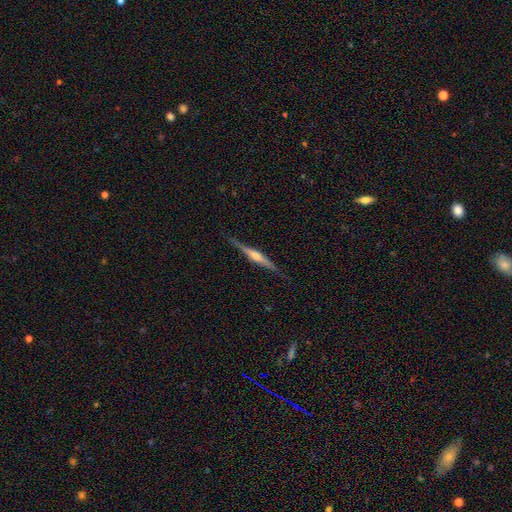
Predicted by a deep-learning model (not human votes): A featured or disk galaxy (80%) viewed edge-on (98%) with a rounded central bulge (86%). Merging: none (86%).